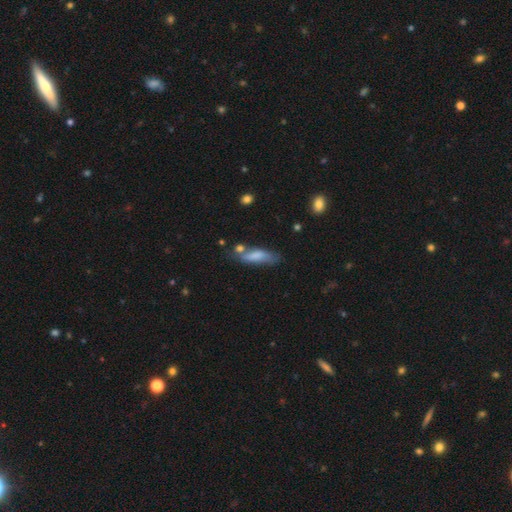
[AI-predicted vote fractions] smooth-or-featured: smooth: 71% | featured or disk: 22% | star or artifact: 7%
  how-rounded: cigar-shaped: 59% | in between: 39% | round: 2%
  merging: none: 48% | minor disturbance: 27% | merger: 13% | major disturbance: 11%